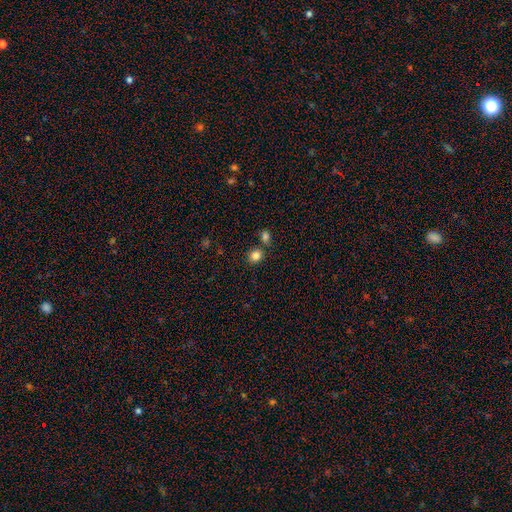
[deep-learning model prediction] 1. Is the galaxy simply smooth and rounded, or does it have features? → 84% smooth, 11% star or artifact, 5% featured or disk.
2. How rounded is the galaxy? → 71% round, 28% in between, 1% cigar-shaped.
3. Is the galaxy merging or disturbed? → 75% none, 14% merger, 9% minor disturbance, 3% major disturbance.